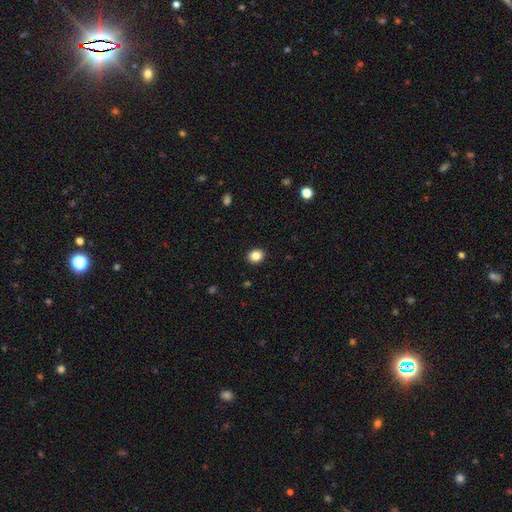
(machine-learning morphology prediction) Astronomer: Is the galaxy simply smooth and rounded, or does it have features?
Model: smooth — 85%.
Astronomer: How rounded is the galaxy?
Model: round — 72%.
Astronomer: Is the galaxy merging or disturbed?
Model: none — 92%.